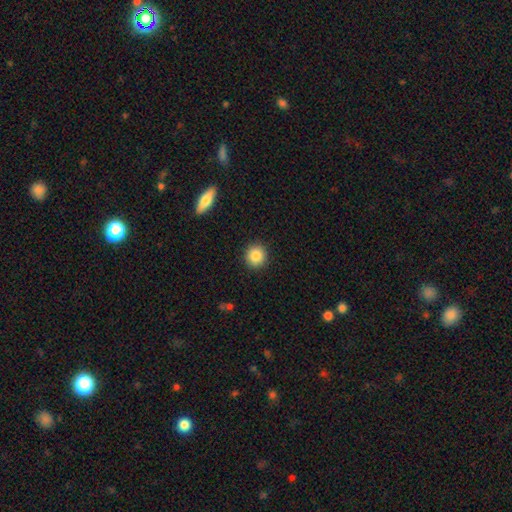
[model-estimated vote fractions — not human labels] Overall: smooth (86%). How rounded: round (90%). Merging: none (91%).